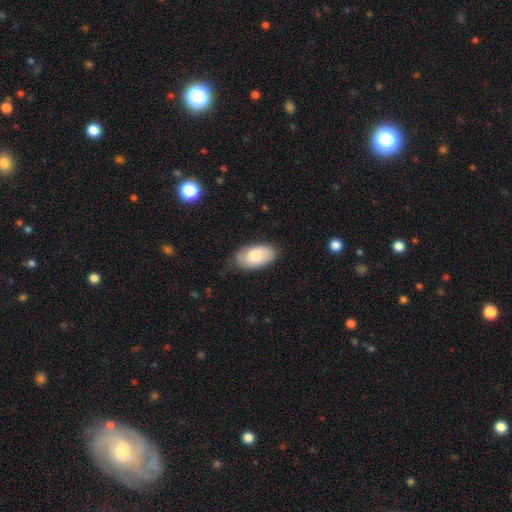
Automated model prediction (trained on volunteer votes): This is likely a smooth galaxy (76%). How rounded: clearly in between (95%). Merging: likely none (74%).